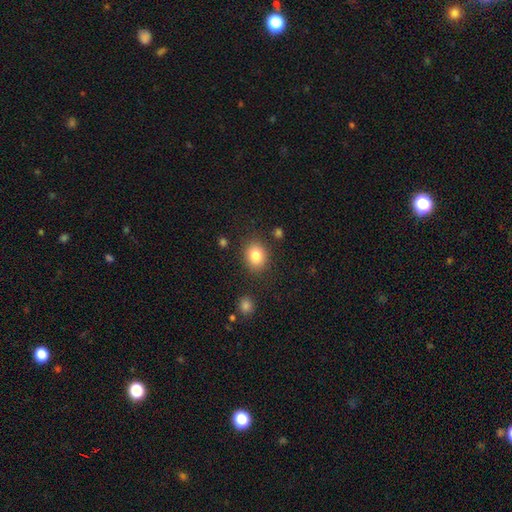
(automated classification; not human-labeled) Smooth or featured? smooth (83%)
How rounded? round (59%)
Merging? none (85%)